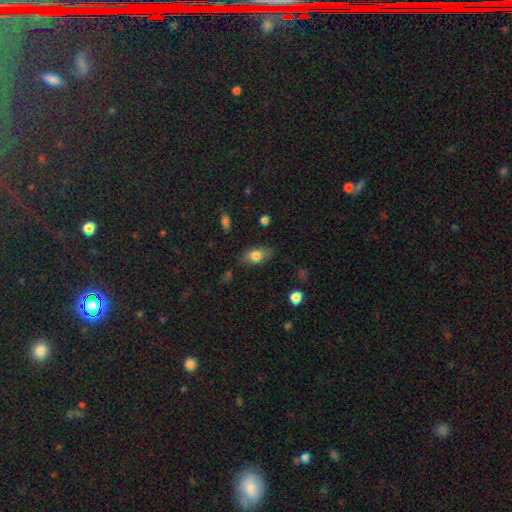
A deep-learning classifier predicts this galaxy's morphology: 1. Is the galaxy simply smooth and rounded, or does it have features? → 78% smooth, 14% featured or disk, 8% star or artifact.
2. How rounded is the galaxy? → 85% in between, 11% round, 4% cigar-shaped.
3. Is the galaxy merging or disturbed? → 76% none, 18% minor disturbance, 5% major disturbance, 2% merger.